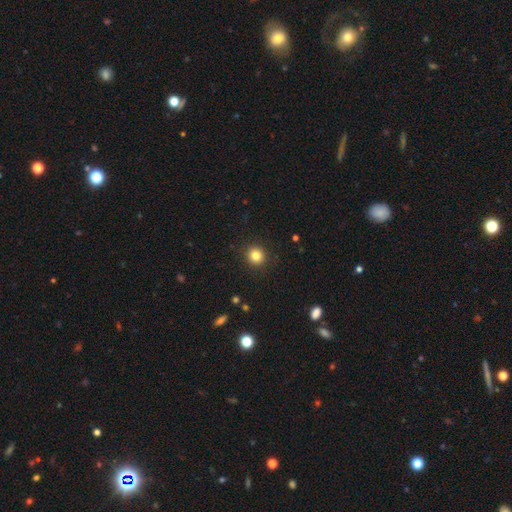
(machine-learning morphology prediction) Smooth or featured? Predicted: smooth (p=0.83). How rounded? Predicted: round (p=0.92). Merging? Predicted: none (p=0.92).